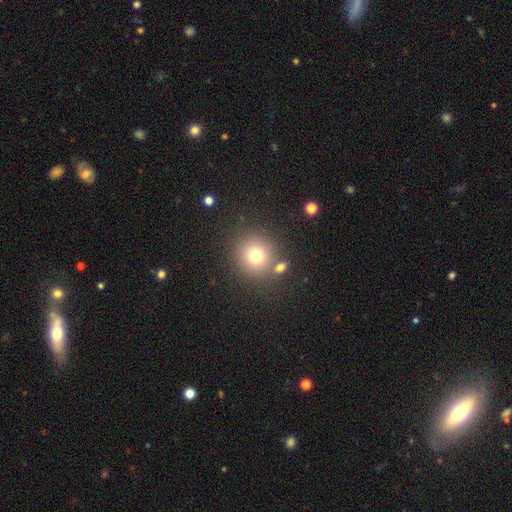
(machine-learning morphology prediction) Smooth or featured? Predicted: smooth (p=0.75). How rounded? Predicted: round (p=0.91). Merging? Predicted: none (p=0.79).